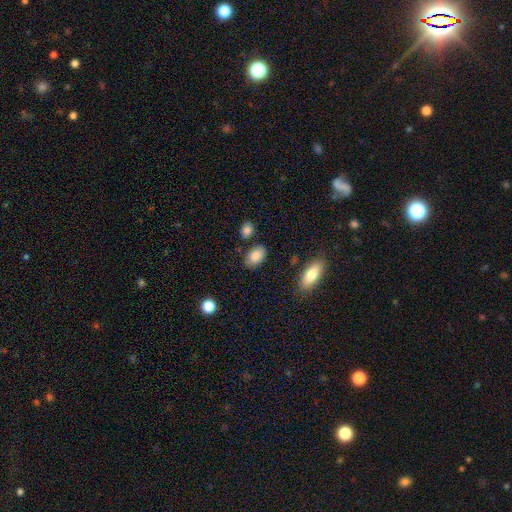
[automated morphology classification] Smooth or featured: smooth — 87% (star or artifact — 7%)
How rounded: in between — 88% (round — 11%)
Merging: none — 80% (minor disturbance — 13%)